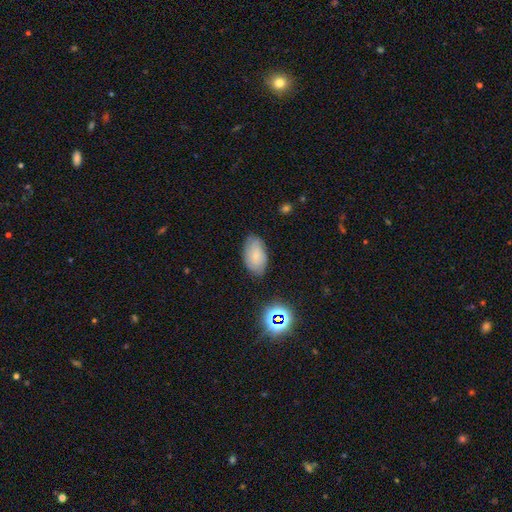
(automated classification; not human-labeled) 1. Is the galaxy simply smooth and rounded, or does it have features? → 61% smooth, 28% featured or disk, 11% star or artifact.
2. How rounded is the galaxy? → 93% in between, 5% round, 2% cigar-shaped.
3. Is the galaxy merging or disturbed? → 77% none, 17% minor disturbance, 4% major disturbance, 2% merger.